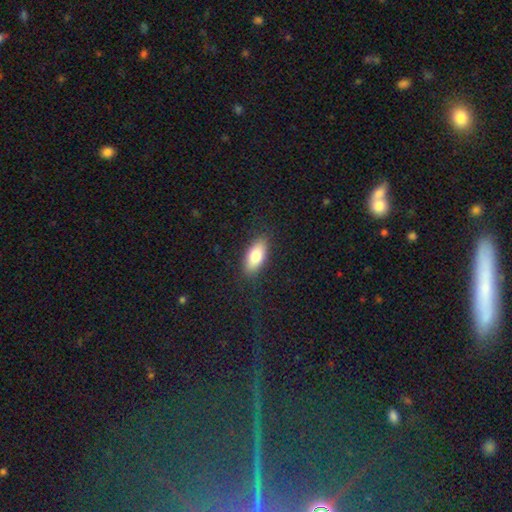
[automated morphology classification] smooth_or_featured: smooth (p=0.78) [alt: featured or disk p=0.15]
how_rounded: in between (p=0.84) [alt: cigar-shaped p=0.13]
merging: none (p=0.86) [alt: minor disturbance p=0.10]